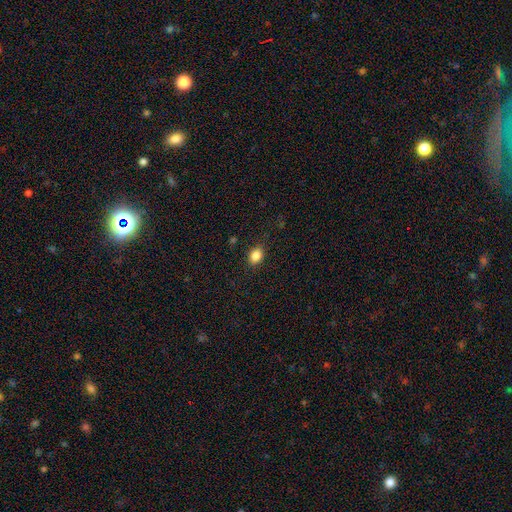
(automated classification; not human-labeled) Smooth or featured? Predicted: smooth (p=0.85). How rounded? Predicted: in between (p=0.69). Merging? Predicted: none (p=0.86).